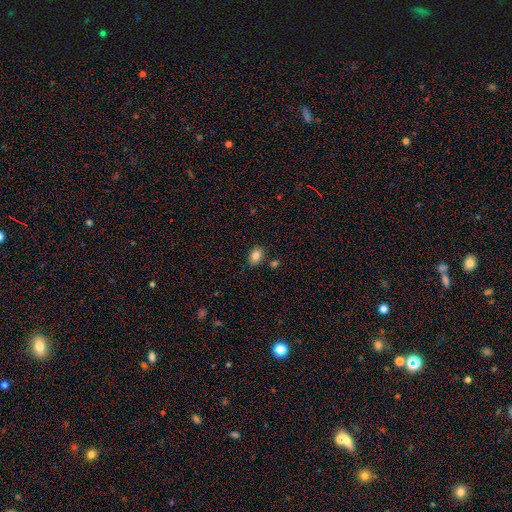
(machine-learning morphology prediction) This is clearly a smooth galaxy (84%). How rounded: likely in between (80%). Merging: clearly none (81%).